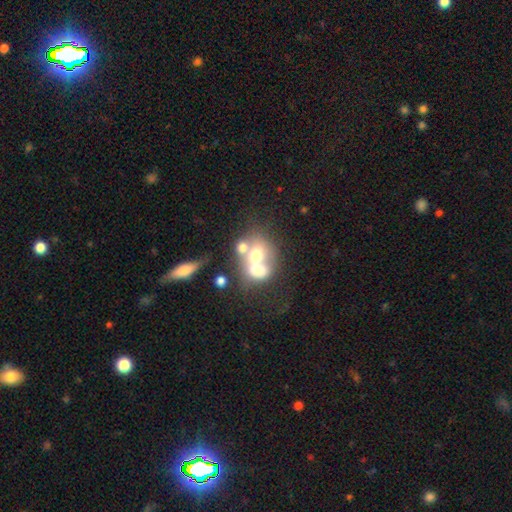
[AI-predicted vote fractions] smooth 55%, featured or disk 33%, star or artifact 12%. Down the decision tree: how rounded — round (51%); merging — merger (65%).